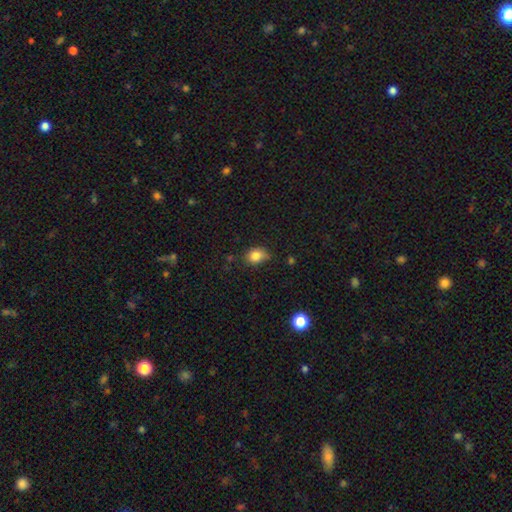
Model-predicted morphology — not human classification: Smooth or featured? smooth (83%)
How rounded? in between (50%)
Merging? none (63%)